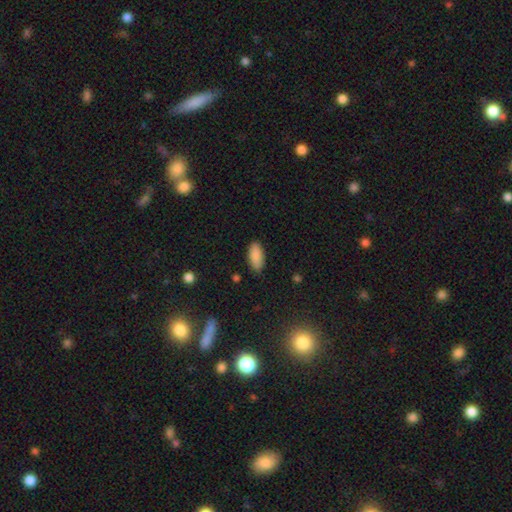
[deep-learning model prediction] Morphology: type=smooth (87%); roundness=in between (89%); merging=none (85%).